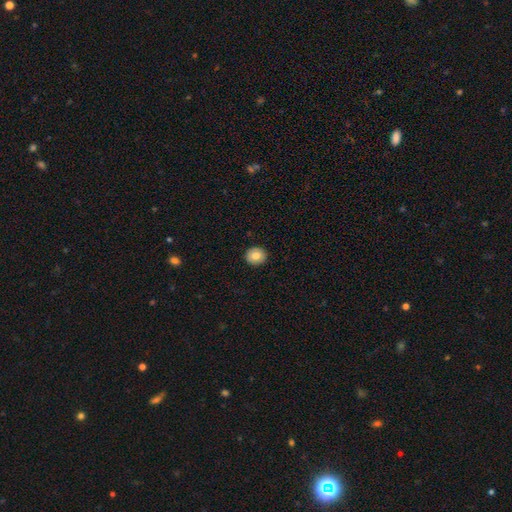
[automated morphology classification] Smooth or featured?
  - smooth: 79% *
  - featured or disk: 13%
  - star or artifact: 8%
How rounded?
  - round: 85% *
  - in between: 14%
  - cigar-shaped: 1%
Merging?
  - none: 92% *
  - minor disturbance: 5%
  - major disturbance: 1%
  - merger: 1%